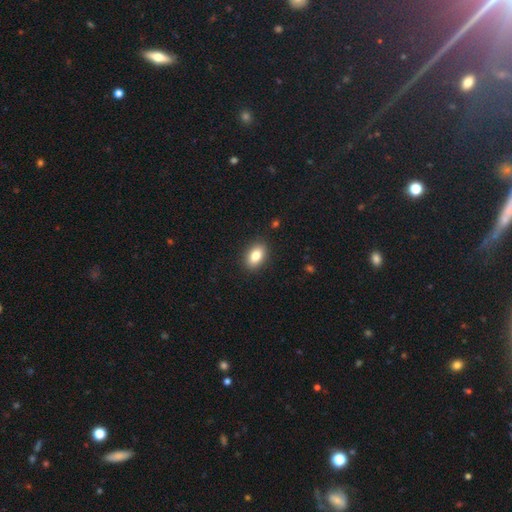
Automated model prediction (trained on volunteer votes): A smooth galaxy with no disk features (83%) that is in between round and cigar-shaped (87%). Merging: none (89%).